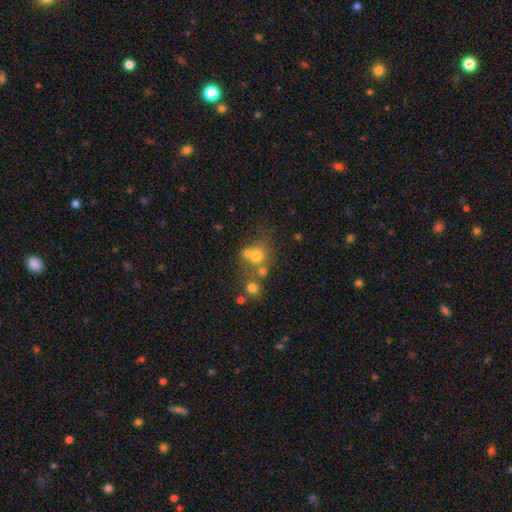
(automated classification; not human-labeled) Smooth or featured?
  - smooth: 65% *
  - featured or disk: 18%
  - star or artifact: 18%
How rounded?
  - round: 76% *
  - in between: 22%
  - cigar-shaped: 1%
Merging?
  - none: 42% *
  - merger: 41%
  - minor disturbance: 10%
  - major disturbance: 7%